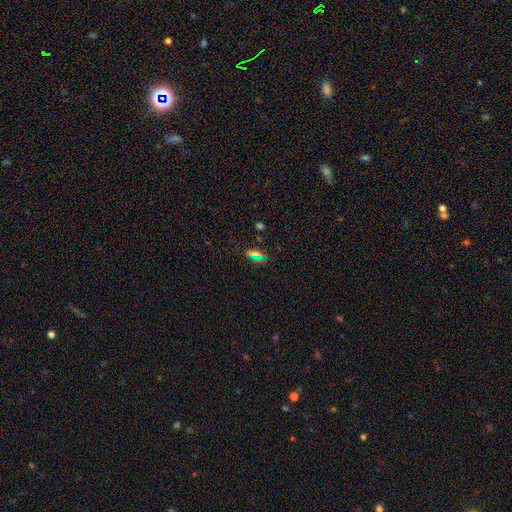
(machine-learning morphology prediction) Smooth or featured? smooth (51%)
How rounded? in between (65%)
Merging? none (80%)